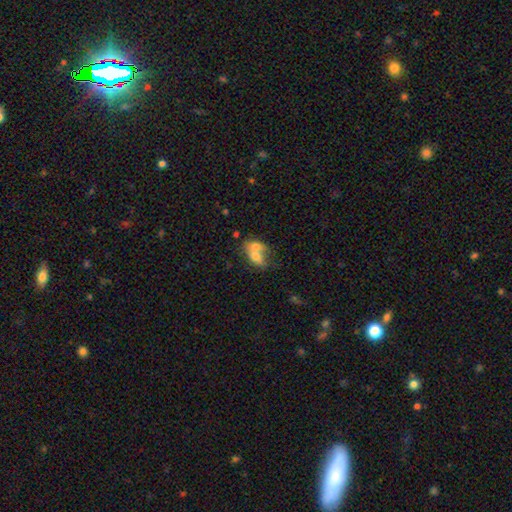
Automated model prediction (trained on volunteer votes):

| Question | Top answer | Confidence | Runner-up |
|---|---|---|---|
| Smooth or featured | smooth | 65% | featured or disk (26%) |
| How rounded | in between | 73% | round (24%) |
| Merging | merger | 71% | none (17%) |